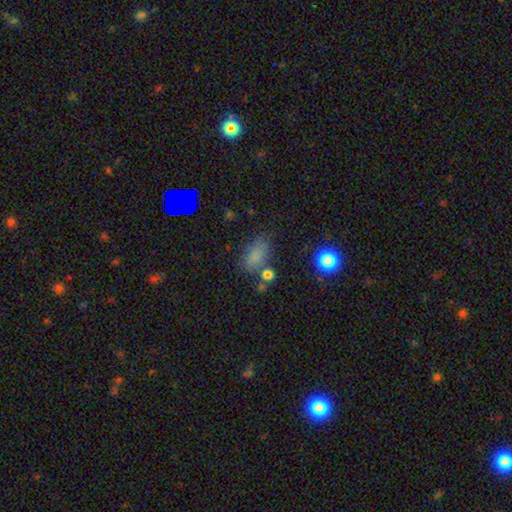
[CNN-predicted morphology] Overall: smooth (75%). How rounded: in between (84%). Merging: none (63%).